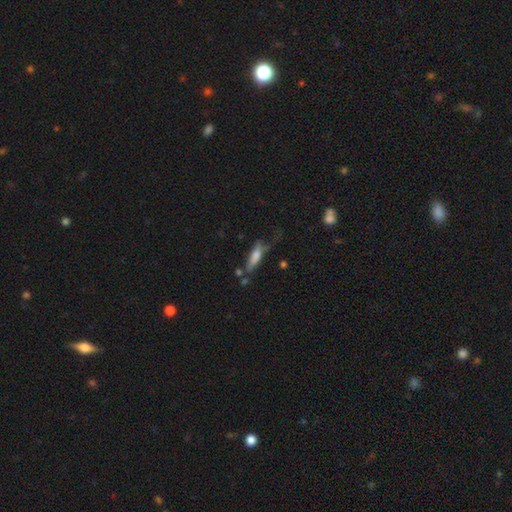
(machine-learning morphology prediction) The model was most divided on "merging": none: 43%, minor disturbance: 29%, major disturbance: 19%, merger: 9%. More confident: smooth or featured — smooth (63%); how rounded — cigar-shaped (61%).